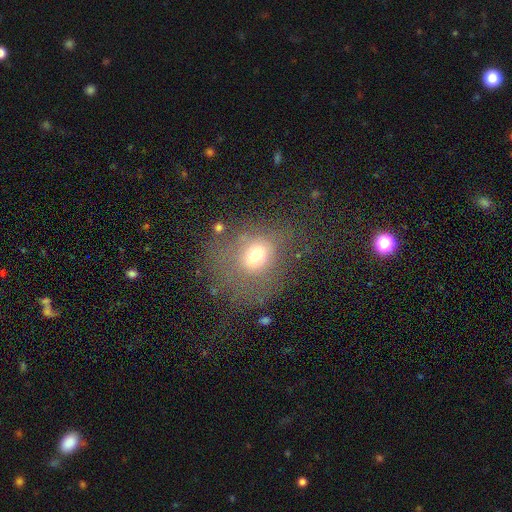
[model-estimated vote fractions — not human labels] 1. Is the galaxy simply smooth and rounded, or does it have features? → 65% smooth, 19% featured or disk, 16% star or artifact.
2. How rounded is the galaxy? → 59% round, 40% in between, 1% cigar-shaped.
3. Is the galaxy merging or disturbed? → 56% none, 20% major disturbance, 20% minor disturbance, 4% merger.